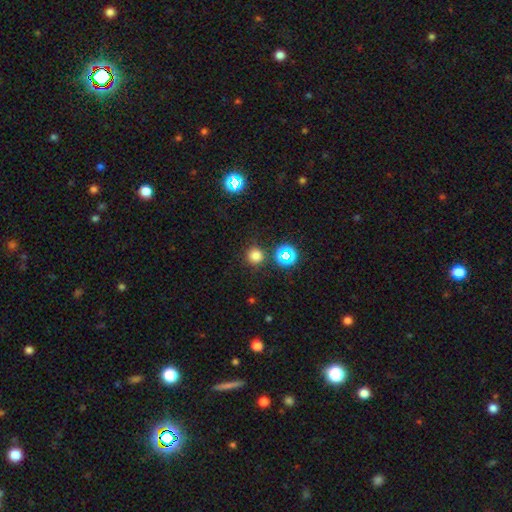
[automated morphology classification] This is likely a smooth galaxy (72%). How rounded: clearly round (94%). Merging: clearly none (85%).